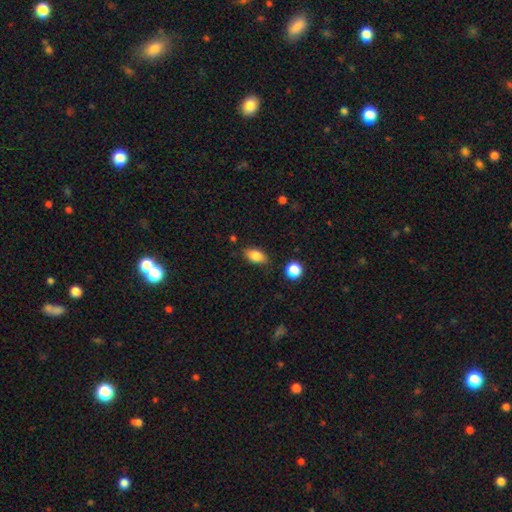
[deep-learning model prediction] The model was most divided on "merging": none: 82%, minor disturbance: 13%, major disturbance: 3%, merger: 3%. More confident: how rounded — in between (88%); smooth or featured — smooth (84%).